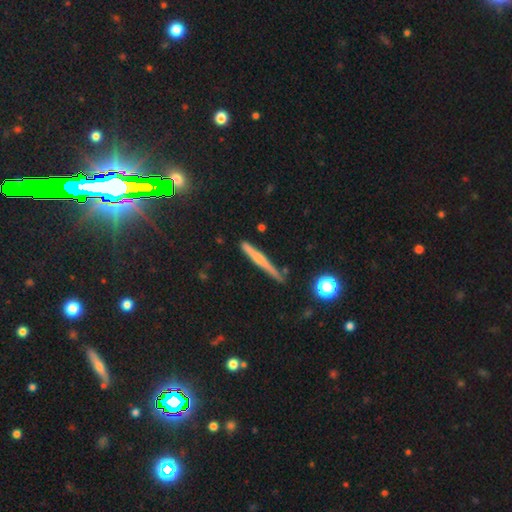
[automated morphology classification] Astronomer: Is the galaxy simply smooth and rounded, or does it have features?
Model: featured or disk — 45% (runner-up: smooth, 44%).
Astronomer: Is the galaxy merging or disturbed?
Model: none — 83%.